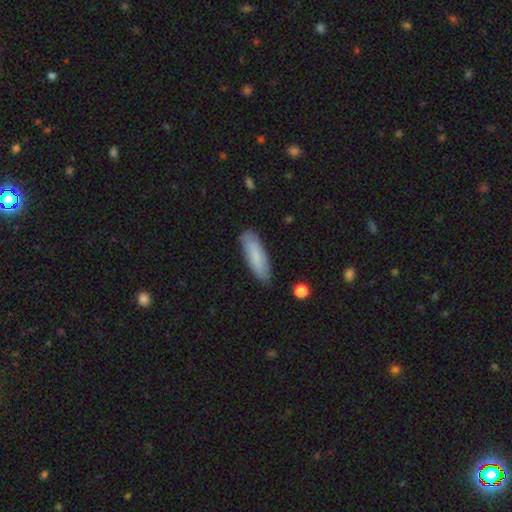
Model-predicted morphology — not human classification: smooth-or-featured: smooth: 74% | featured or disk: 20% | star or artifact: 6%
  how-rounded: cigar-shaped: 50% | in between: 48% | round: 2%
  merging: none: 82% | minor disturbance: 14% | major disturbance: 3% | merger: 1%